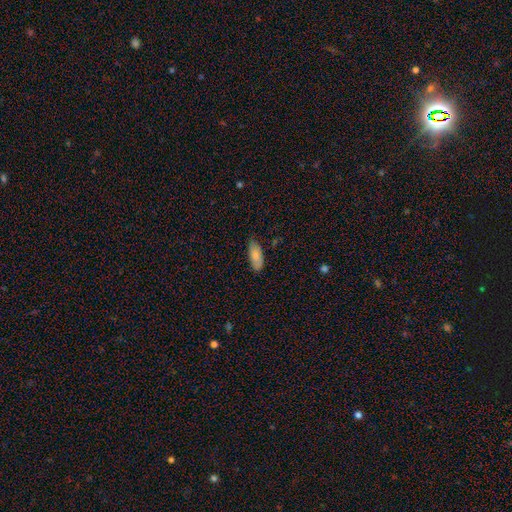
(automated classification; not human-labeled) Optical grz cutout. It shows a smooth galaxy with no disk features (82%) that is in between round and cigar-shaped (80%). Merging: none (74%).